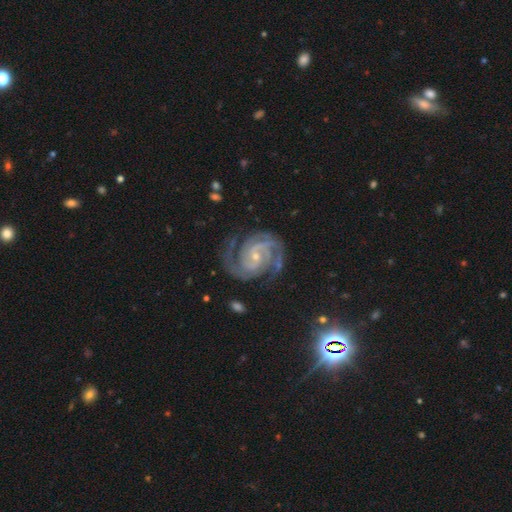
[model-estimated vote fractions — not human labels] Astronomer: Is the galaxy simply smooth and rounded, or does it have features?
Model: featured or disk — 92%.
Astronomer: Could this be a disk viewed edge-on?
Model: no — 98%.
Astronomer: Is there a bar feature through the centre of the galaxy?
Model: no — 53% (runner-up: weak, 34%).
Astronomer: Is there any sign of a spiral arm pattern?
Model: yes — 99%.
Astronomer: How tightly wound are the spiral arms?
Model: tight — 55% (runner-up: medium, 40%).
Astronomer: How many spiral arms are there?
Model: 2 — 65%.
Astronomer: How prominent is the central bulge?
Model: small — 75%.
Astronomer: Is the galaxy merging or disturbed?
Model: none — 74%.